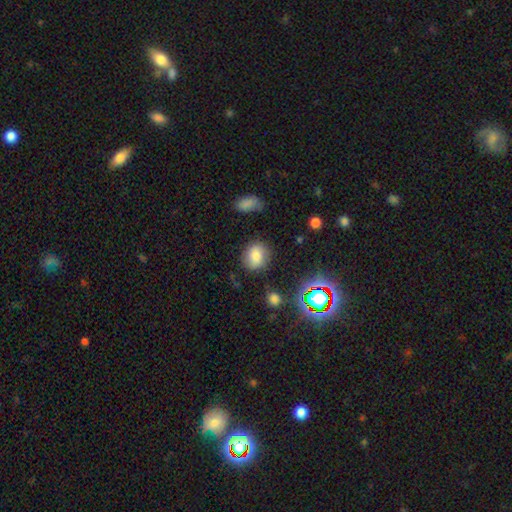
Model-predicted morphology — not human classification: smooth-or-featured: smooth: 78% | star or artifact: 12% | featured or disk: 10%
  how-rounded: round: 62% | in between: 37% | cigar-shaped: 1%
  merging: none: 81% | minor disturbance: 13% | major disturbance: 4% | merger: 3%